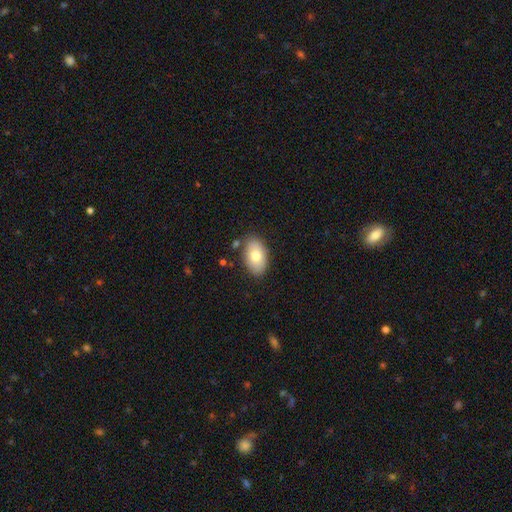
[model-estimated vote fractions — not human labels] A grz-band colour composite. It shows a smooth galaxy with no disk features (76%) that is in between round and cigar-shaped (92%). Merging: none (82%).